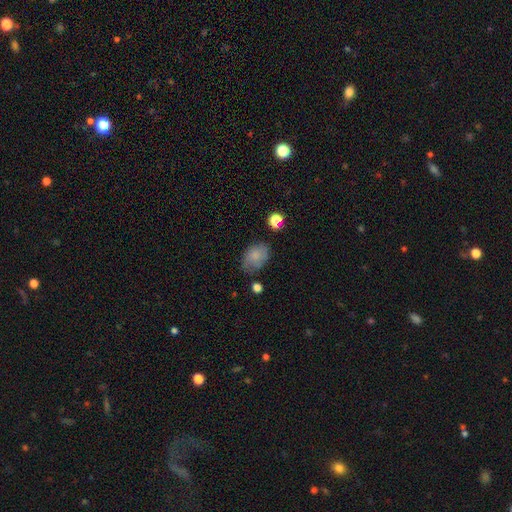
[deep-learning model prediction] A smooth galaxy with no disk features (76%) that is in between round and cigar-shaped (83%). Merging: none (60%).